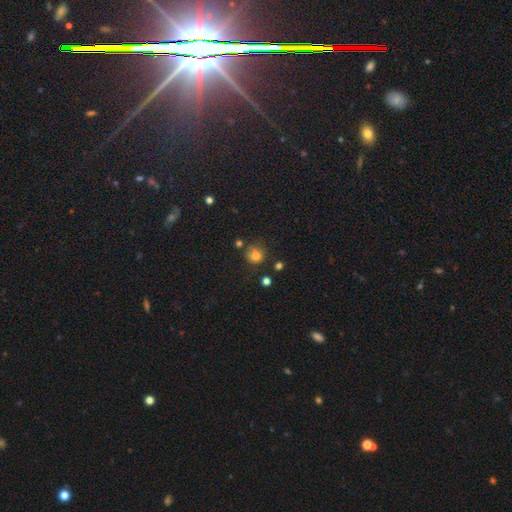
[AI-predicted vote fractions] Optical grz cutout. It shows a smooth galaxy with no disk features (76%) that is round (88%). Merging: none (69%).